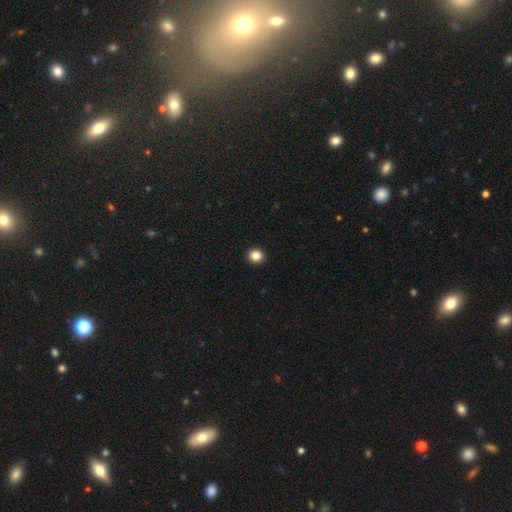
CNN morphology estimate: smooth 86%, star or artifact 11%, featured or disk 4%. Down the decision tree: how rounded — round (88%); merging — none (94%).